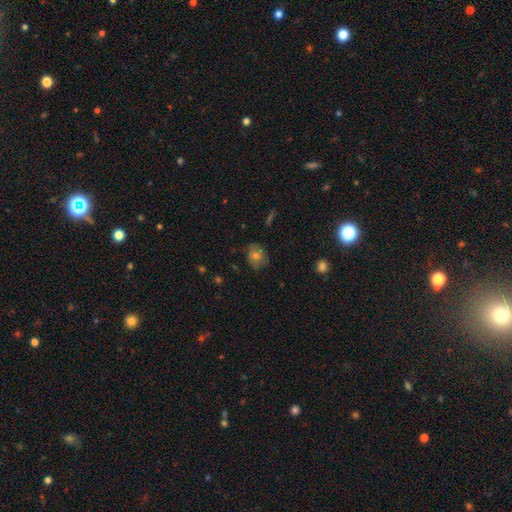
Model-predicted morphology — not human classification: A smooth galaxy with no disk features (69%) that is round (65%). Merging: none (75%).